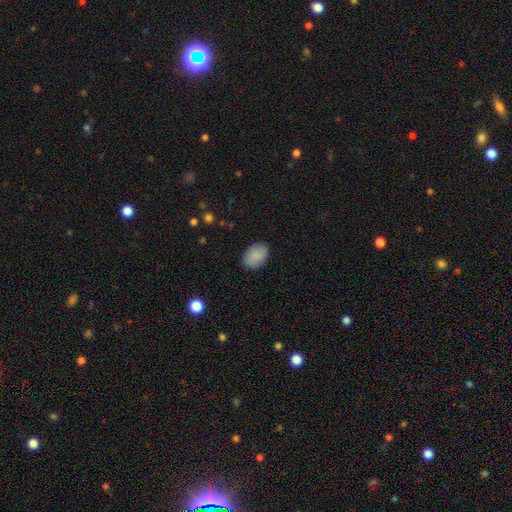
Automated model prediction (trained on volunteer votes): smooth_or_featured: smooth (p=0.88) [alt: star or artifact p=0.07]
how_rounded: in between (p=0.84) [alt: round p=0.15]
merging: none (p=0.88) [alt: minor disturbance p=0.09]